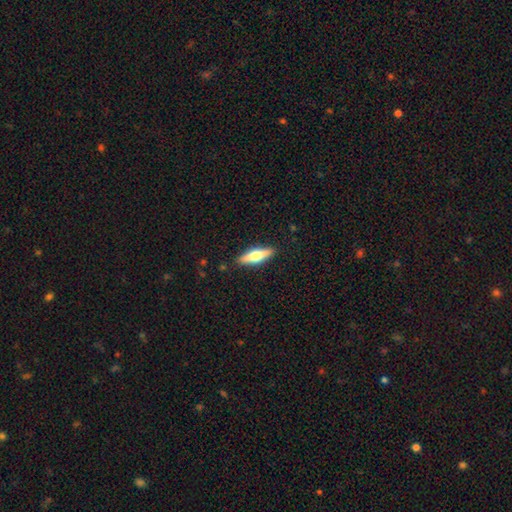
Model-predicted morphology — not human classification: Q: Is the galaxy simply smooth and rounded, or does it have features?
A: smooth — 50%.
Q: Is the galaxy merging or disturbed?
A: none — 89%.